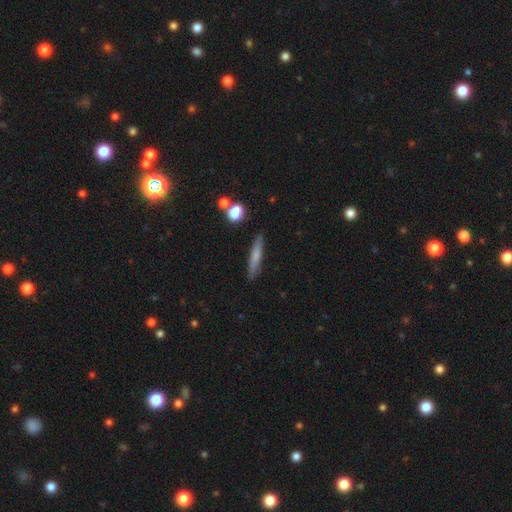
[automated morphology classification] Smooth or featured? Predicted: smooth (p=0.68). How rounded? Predicted: cigar-shaped (p=0.90). Merging? Predicted: none (p=0.86).